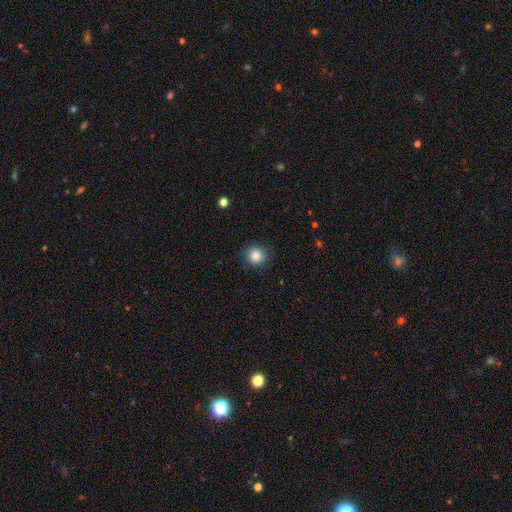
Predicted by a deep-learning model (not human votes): A smooth galaxy with no disk features (85%) that is round (91%).

Vote fractions:
- Smooth or featured? smooth: 85% / star or artifact: 10% / featured or disk: 5%
- How rounded? round: 91% / in between: 8% / cigar-shaped: 1%
- Merging? none: 89% / minor disturbance: 8% / major disturbance: 2% / merger: 1%